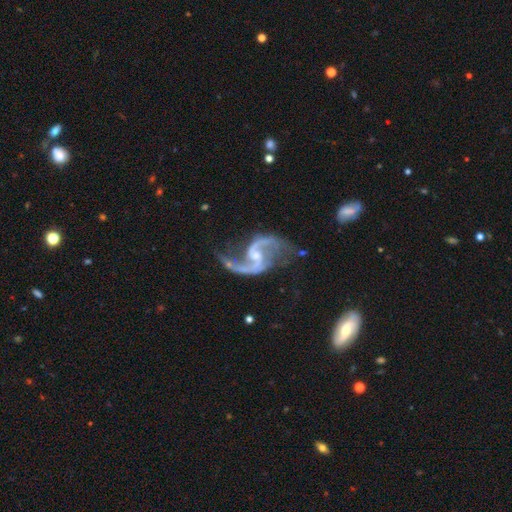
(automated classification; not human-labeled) Smooth or featured: featured or disk — 93% (star or artifact — 4%)
Edge-on disk: no — 98% (yes — 2%)
Bar: weak — 49% (no — 31%)
Spiral arms: yes — 98% (no — 2%)
Spiral winding: loose — 68% (medium — 27%)
Spiral arm count: 2 — 94% (1 — 2%)
Bulge size: small — 60% (moderate — 31%)
Merging: none — 62% (minor disturbance — 19%)